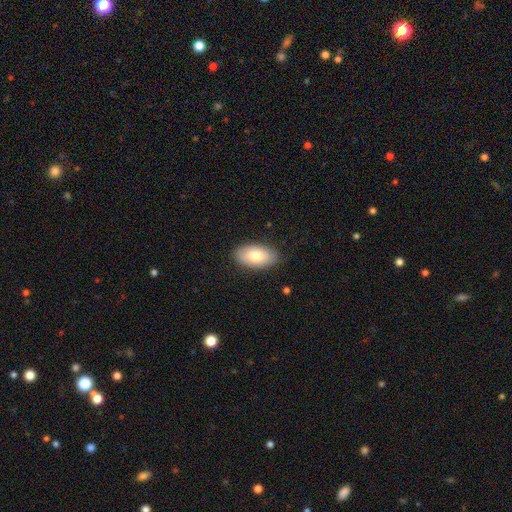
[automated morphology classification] Q: Smooth or featured?
A: smooth (78%); runner-up: featured or disk (16%)
Q: How rounded?
A: in between (94%); runner-up: round (4%)
Q: Merging?
A: none (84%); runner-up: minor disturbance (12%)